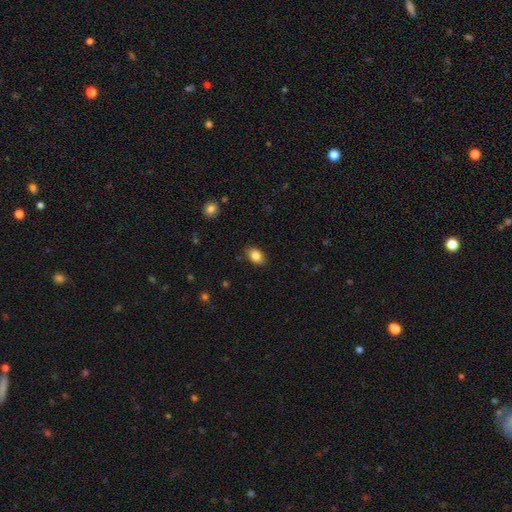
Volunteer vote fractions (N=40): smooth_or_featured: smooth (p=0.93) [alt: featured or disk p=0.05]
how_rounded: in between (p=0.78) [alt: round p=0.22]
merging: none (p=0.87) [alt: minor disturbance p=0.13]